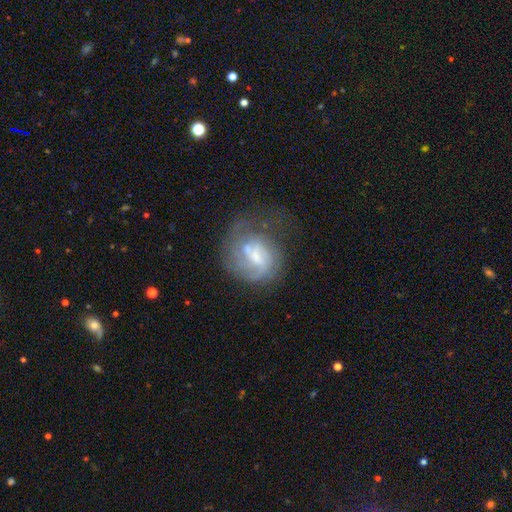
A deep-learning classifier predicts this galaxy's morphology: Smooth or featured?
  - featured or disk: 65% *
  - smooth: 26%
  - star or artifact: 9%
Edge-on disk?
  - no: 98% *
  - yes: 2%
Bar?
  - weak: 48% *
  - no: 36%
  - strong: 15%
Spiral arms?
  - yes: 71% *
  - no: 29%
Bulge size?
  - moderate: 35% * (tied)
  - small: 35% * (tied)
  - none: 20%
  - large: 8%
  - dominant: 2%
Merging?
  - none: 36% *
  - major disturbance: 34%
  - minor disturbance: 22%
  - merger: 7%